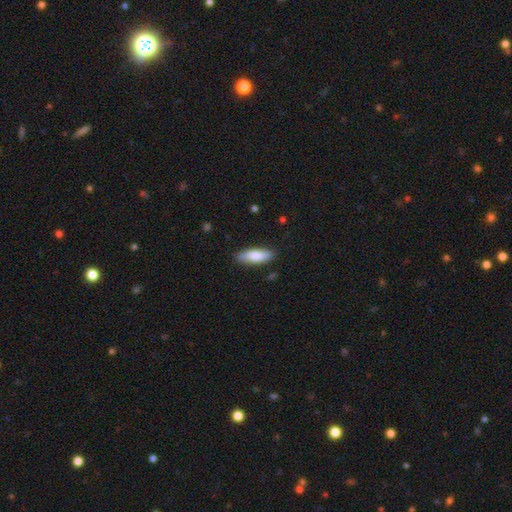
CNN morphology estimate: This appears to be a smooth galaxy with no disk features (79%) that is in between round and cigar-shaped (61%). Merging: none (84%).